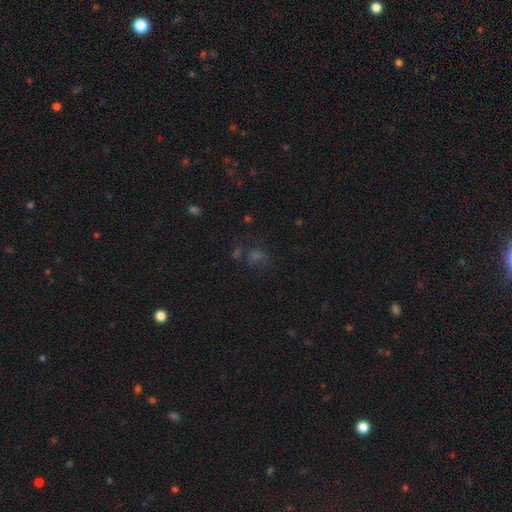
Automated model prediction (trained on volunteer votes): Smooth or featured? Predicted: star or artifact (p=0.43).